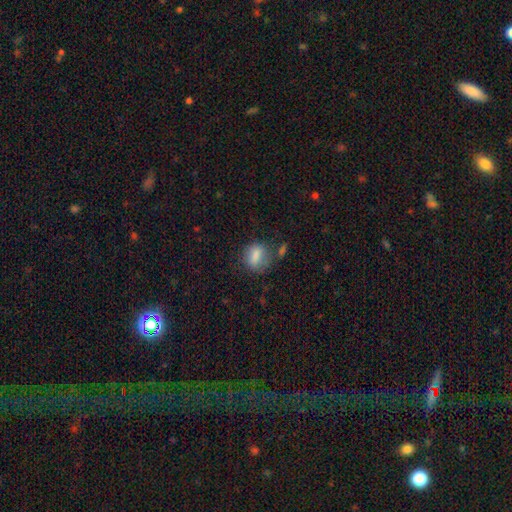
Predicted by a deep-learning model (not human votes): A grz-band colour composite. It shows a smooth galaxy with no disk features (80%) that is in between round and cigar-shaped (56%). Merging: none (61%).